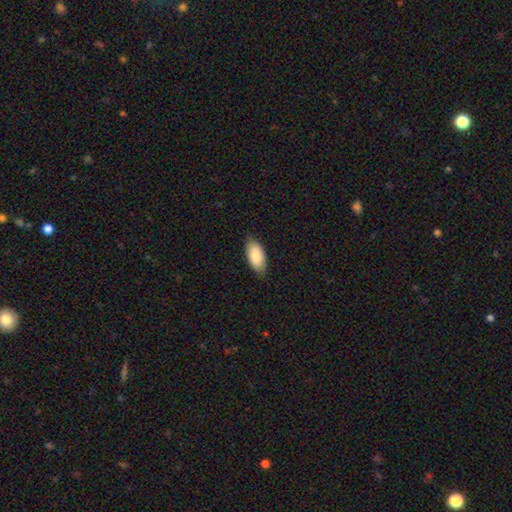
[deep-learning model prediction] Smooth or featured: smooth — 85% (featured or disk — 9%)
How rounded: in between — 93% (cigar-shaped — 5%)
Merging: none — 83% (minor disturbance — 14%)